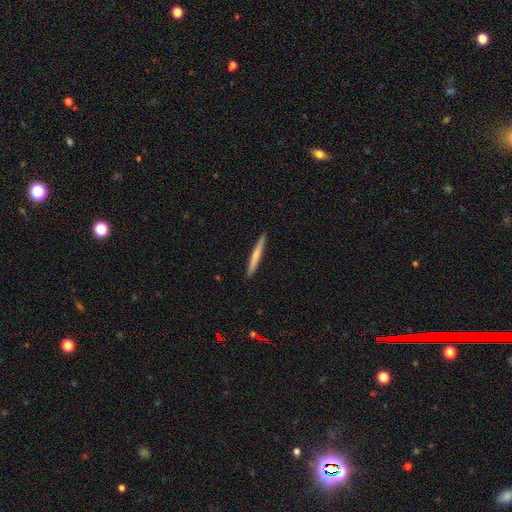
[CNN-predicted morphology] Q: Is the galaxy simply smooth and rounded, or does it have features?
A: smooth — 66%.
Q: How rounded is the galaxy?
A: cigar-shaped — 97%.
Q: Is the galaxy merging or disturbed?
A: none — 91%.